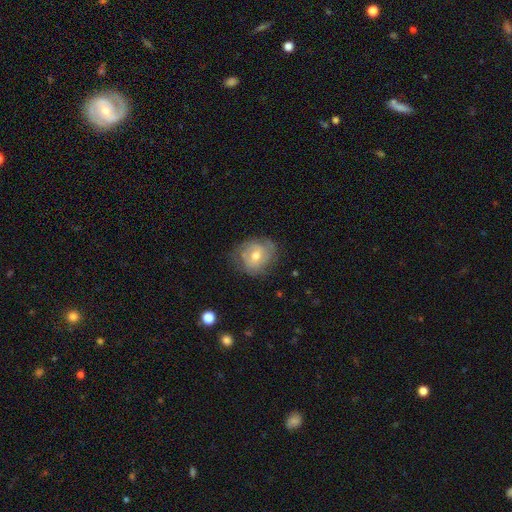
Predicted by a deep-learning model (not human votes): smooth-or-featured: featured or disk: 60% | smooth: 32% | star or artifact: 8%
  disk-edge-on: no: 96% | yes: 4%
    bar: no: 59% | weak: 34% | strong: 7%
    has-spiral-arms: yes: 78% | no: 22%
    bulge-size: moderate: 69% | small: 25% | large: 4% | none: 1% | dominant: 1%
  merging: none: 65% | minor disturbance: 25% | major disturbance: 9% | merger: 1%